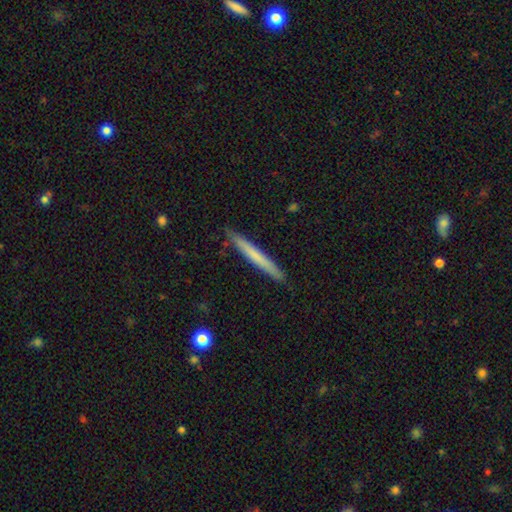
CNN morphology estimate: Smooth or featured: smooth — 64% (featured or disk — 30%)
How rounded: cigar-shaped — 97% (in between — 2%)
Merging: none — 90% (minor disturbance — 8%)